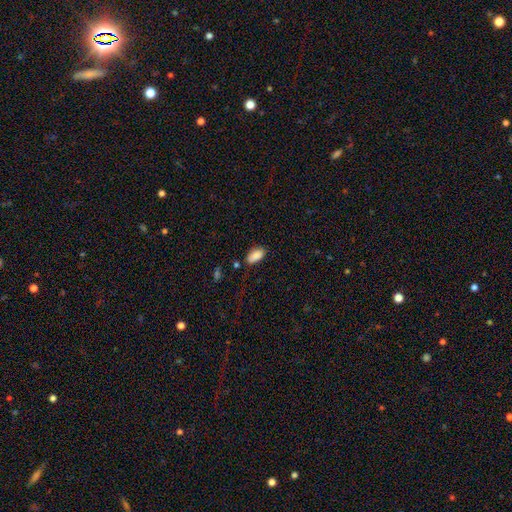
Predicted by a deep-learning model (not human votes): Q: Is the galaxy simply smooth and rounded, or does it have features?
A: smooth — 88%.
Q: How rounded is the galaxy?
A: in between — 93%.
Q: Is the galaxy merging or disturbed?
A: none — 76%.